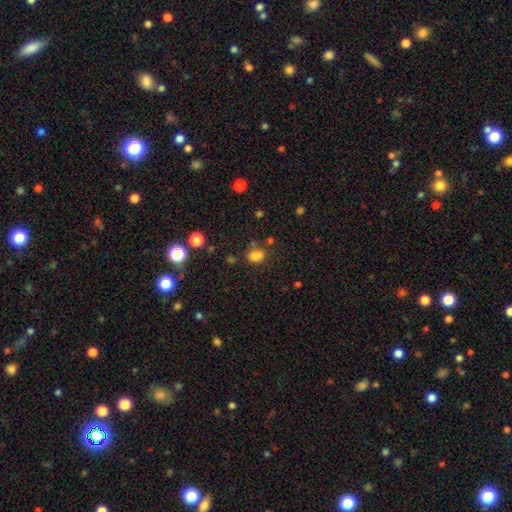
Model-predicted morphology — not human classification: The model was most divided on "how rounded": in between: 65%, round: 33%, cigar-shaped: 1%. More confident: smooth or featured — smooth (79%); merging — none (65%).